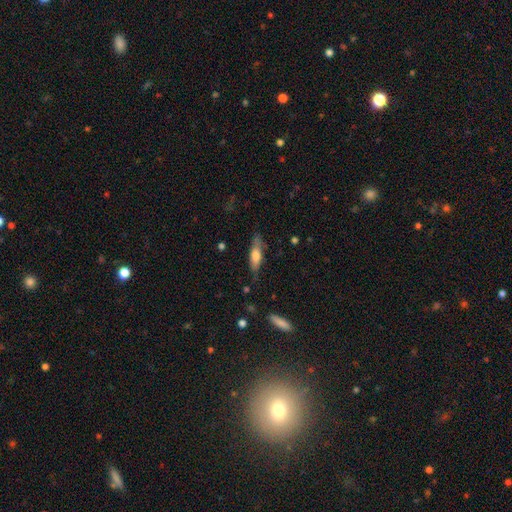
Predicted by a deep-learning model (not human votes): Smooth or featured: smooth — 61% (featured or disk — 33%)
How rounded: cigar-shaped — 59% (in between — 39%)
Merging: none — 72% (minor disturbance — 21%)